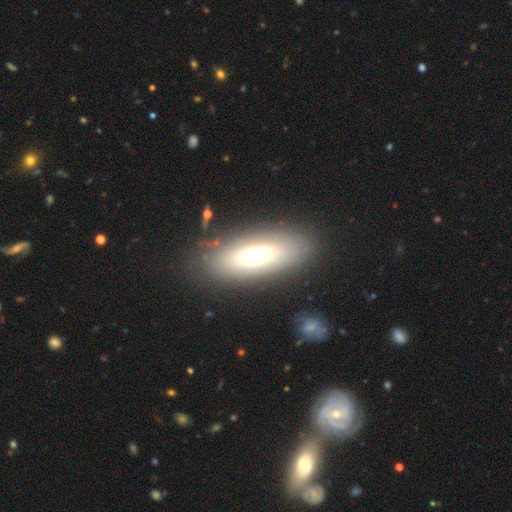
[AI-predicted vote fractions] smooth_or_featured: smooth (p=0.52) [alt: featured or disk p=0.40]
how_rounded: in between (p=0.74) [alt: cigar-shaped p=0.22]
merging: none (p=0.79) [alt: minor disturbance p=0.12]